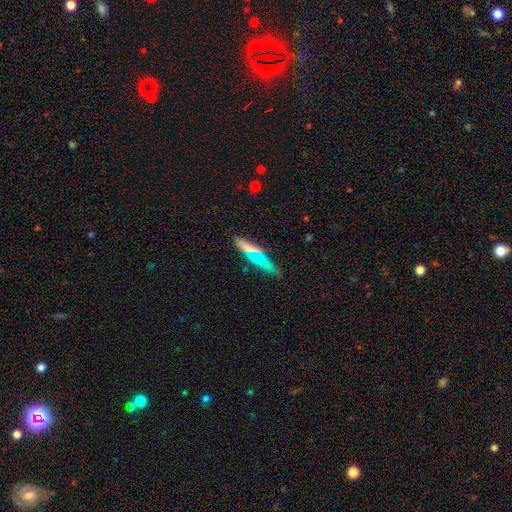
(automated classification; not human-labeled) smooth-or-featured: smooth: 61% | featured or disk: 29% | star or artifact: 10%
  how-rounded: cigar-shaped: 83% | in between: 14% | round: 3%
  merging: none: 76% | minor disturbance: 14% | merger: 6% | major disturbance: 4%